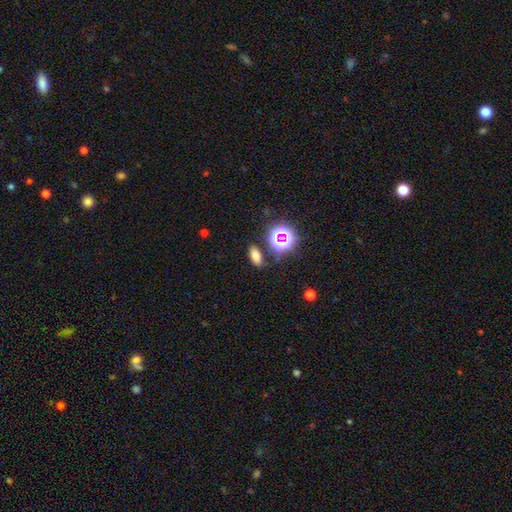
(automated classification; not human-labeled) Smooth or featured? smooth (69%)
How rounded? in between (80%)
Merging? none (82%)